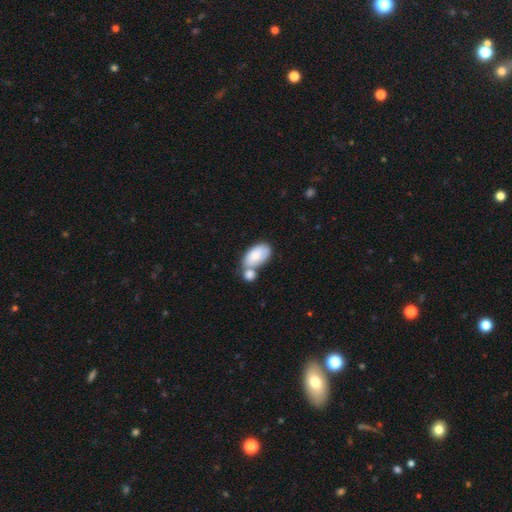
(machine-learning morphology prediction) Q: Smooth or featured?
A: smooth (77%); runner-up: featured or disk (17%)
Q: How rounded?
A: in between (94%); runner-up: round (4%)
Q: Merging?
A: merger (52%); runner-up: none (30%)